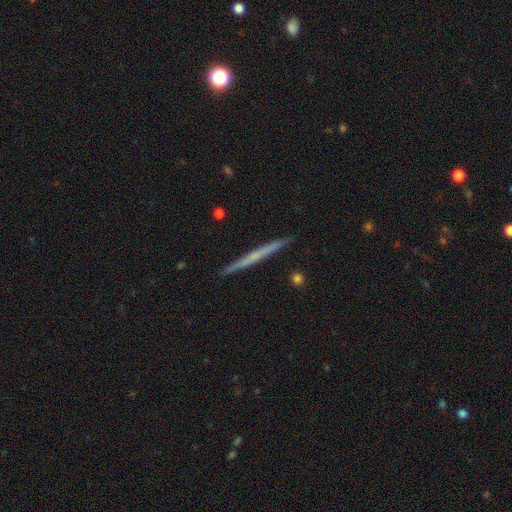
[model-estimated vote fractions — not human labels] smooth-or-featured: featured or disk: 55% | smooth: 40% | star or artifact: 6%
  disk-edge-on: yes: 98% | no: 2%
    edge-on-bulge: none: 84% | rounded: 12% | boxy: 4%
  merging: none: 92% | minor disturbance: 6% | merger: 1% | major disturbance: 1%